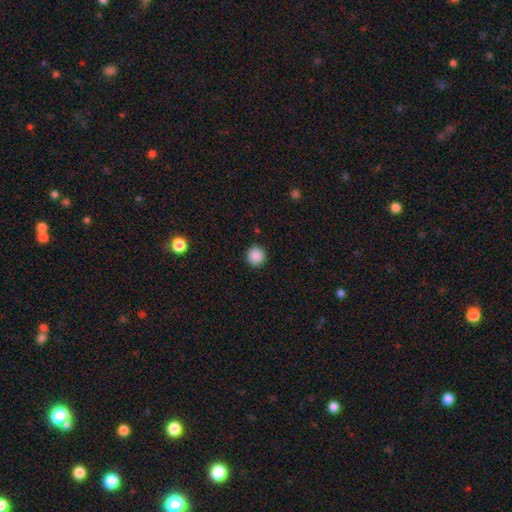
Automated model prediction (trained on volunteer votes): smooth 88%, star or artifact 9%, featured or disk 2%. Down the decision tree: how rounded — round (95%); merging — none (92%).